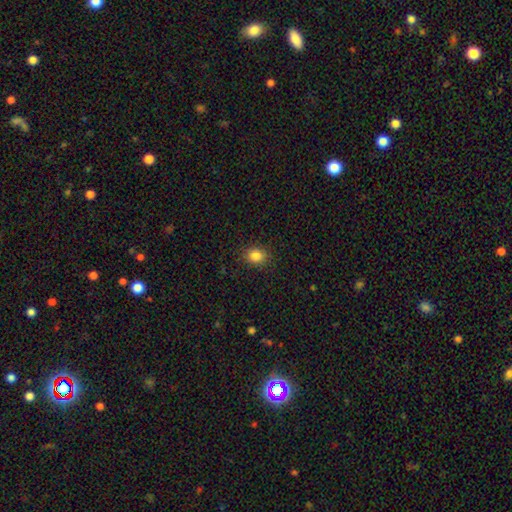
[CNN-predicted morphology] smooth-or-featured: smooth: 85% | star or artifact: 11% | featured or disk: 5%
  how-rounded: round: 55% | in between: 44% | cigar-shaped: 1%
  merging: none: 88% | minor disturbance: 9% | major disturbance: 3% | merger: 1%